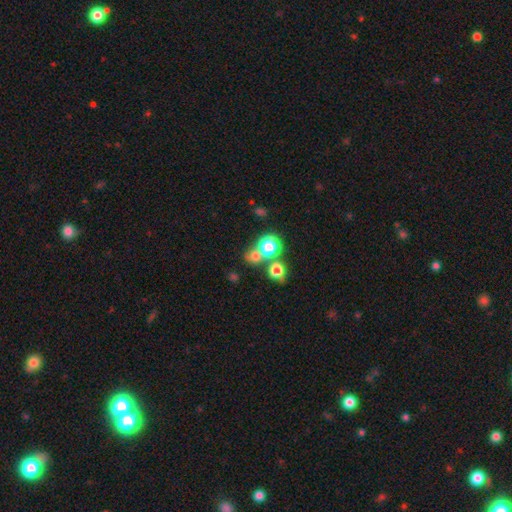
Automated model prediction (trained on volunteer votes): Smooth or featured? Predicted: smooth (p=0.63). How rounded? Predicted: round (p=0.80). Merging? Predicted: none (p=0.54).